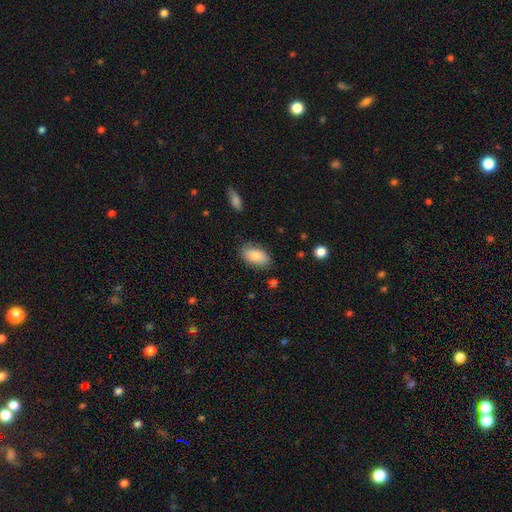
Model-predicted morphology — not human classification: type=smooth (86%); roundness=in between (93%); merging=none (80%).